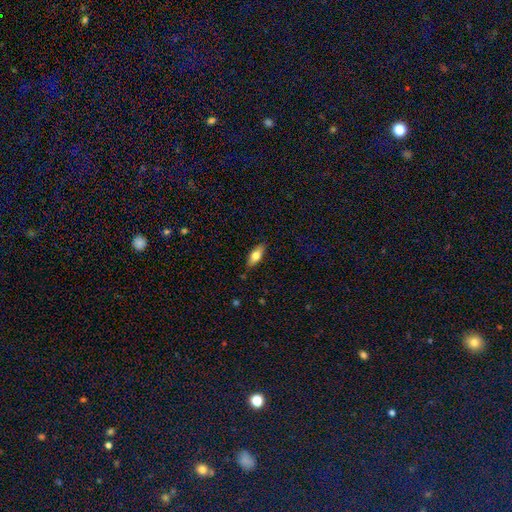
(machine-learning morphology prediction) A smooth galaxy with no disk features (71%) that is in between round and cigar-shaped (75%).

Vote fractions:
- Smooth or featured? smooth: 71% / featured or disk: 22% / star or artifact: 7%
- How rounded? in between: 75% / cigar-shaped: 22% / round: 3%
- Merging? none: 83% / minor disturbance: 13% / major disturbance: 2% / merger: 2%